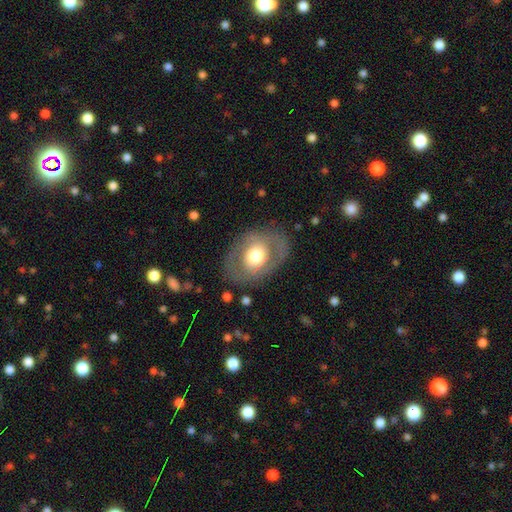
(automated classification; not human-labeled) This appears to be a smooth galaxy with no disk features (49%). Merging: none (78%).